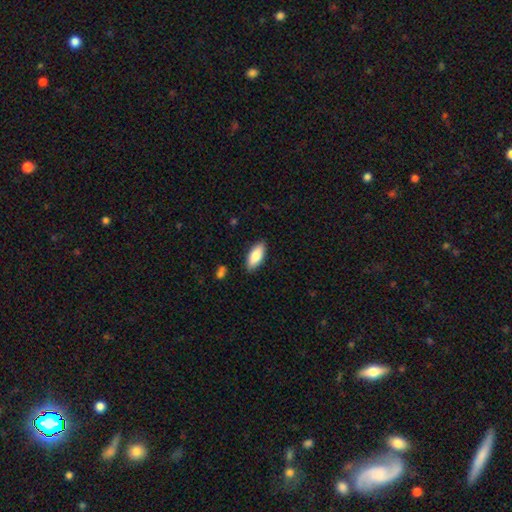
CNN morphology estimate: Overall: smooth (83%). How rounded: in between (83%). Merging: none (88%).